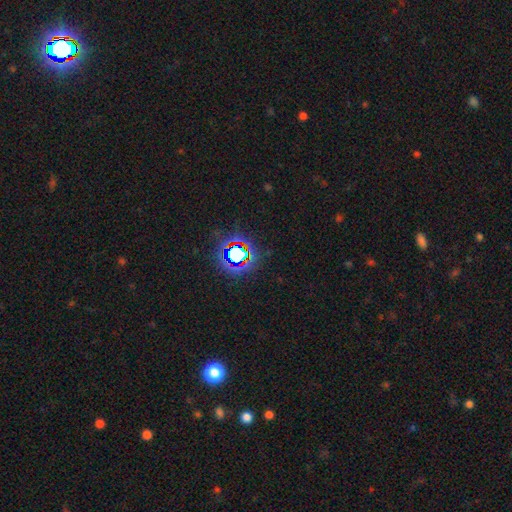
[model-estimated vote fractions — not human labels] Morphology: type=star or artifact (79%).